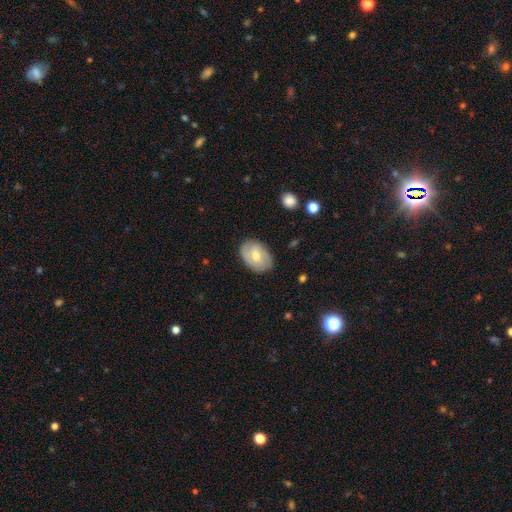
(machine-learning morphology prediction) smooth 54%, featured or disk 39%, star or artifact 7%. Down the decision tree: how rounded — in between (80%); merging — none (81%).